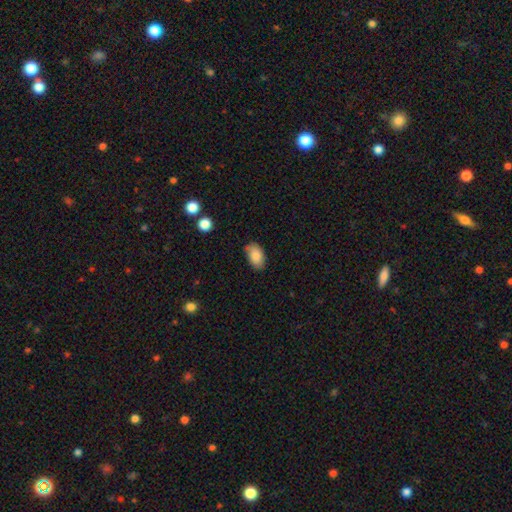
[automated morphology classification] This is clearly a smooth galaxy (86%). How rounded: clearly in between (91%). Merging: likely none (76%).